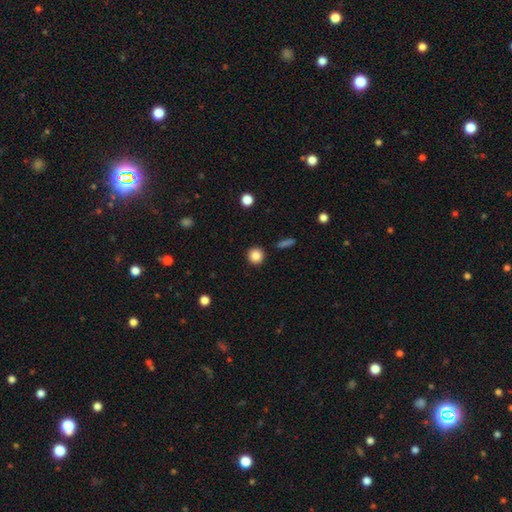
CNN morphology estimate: smooth-or-featured: smooth: 85% | star or artifact: 10% | featured or disk: 5%
  how-rounded: round: 93% | in between: 6% | cigar-shaped: 1%
  merging: none: 92% | minor disturbance: 5% | major disturbance: 2% | merger: 2%